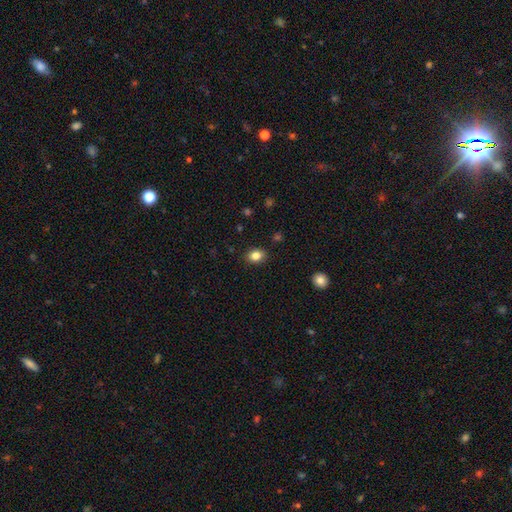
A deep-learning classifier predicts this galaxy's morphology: Overall: smooth (84%). How rounded: in between (62%; round 37%). Merging: none (88%).